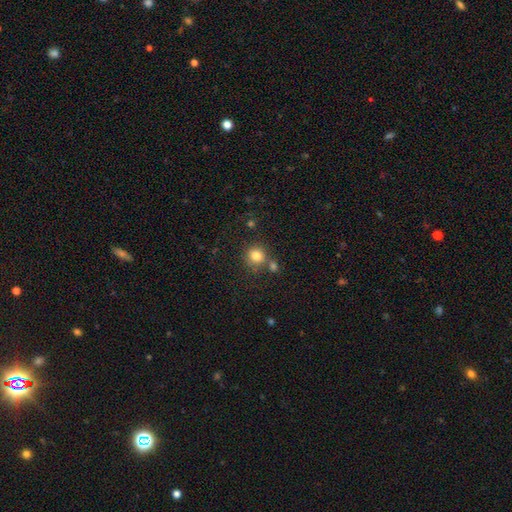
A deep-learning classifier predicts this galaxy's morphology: This appears to be a smooth galaxy with no disk features (81%) that is round (90%). Merging: none (70%).